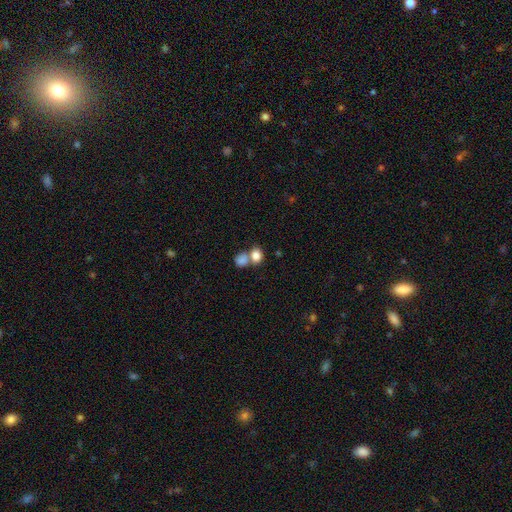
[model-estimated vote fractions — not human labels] smooth 83%, star or artifact 9%, featured or disk 8%. Down the decision tree: how rounded — round (57%); merging — merger (51%).